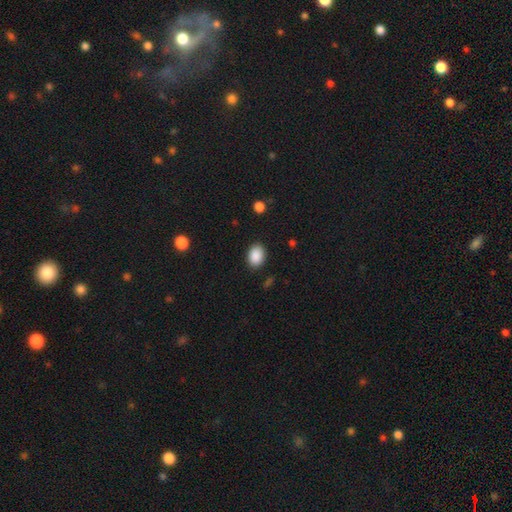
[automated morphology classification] smooth-or-featured: smooth: 89% | star or artifact: 8% | featured or disk: 3%
  how-rounded: in between: 76% | round: 23% | cigar-shaped: 1%
  merging: none: 87% | minor disturbance: 9% | major disturbance: 2% | merger: 1%